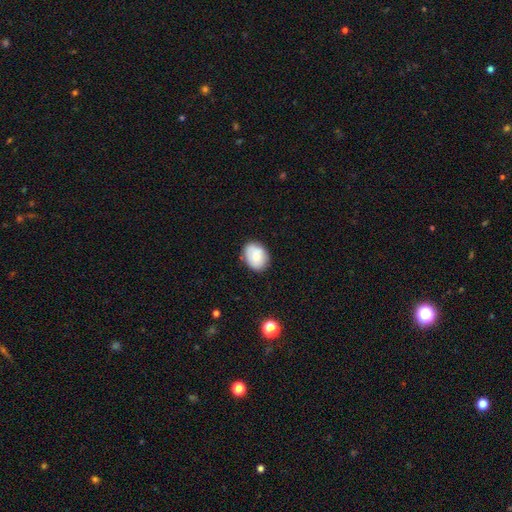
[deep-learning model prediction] Smooth or featured? Predicted: smooth (p=0.77). How rounded? Predicted: in between (p=0.63). Merging? Predicted: none (p=0.81).